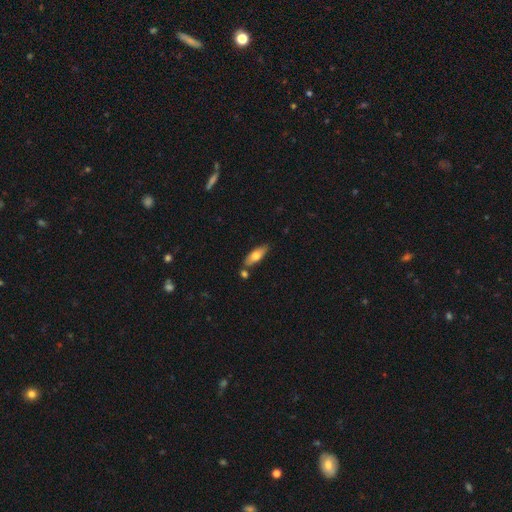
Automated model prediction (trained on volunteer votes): Morphology: type=smooth (68%); roundness=in between (61%); merging=none (74%).